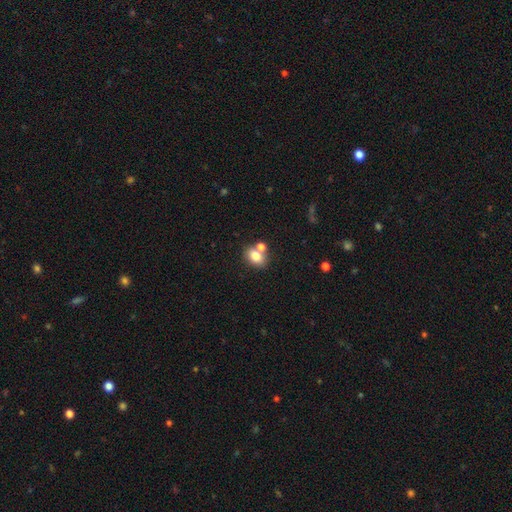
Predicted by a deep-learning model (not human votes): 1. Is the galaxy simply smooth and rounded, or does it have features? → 78% smooth, 11% featured or disk, 10% star or artifact.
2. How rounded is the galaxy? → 60% in between, 39% round, 1% cigar-shaped.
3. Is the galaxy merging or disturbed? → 55% none, 31% merger, 11% minor disturbance, 4% major disturbance.